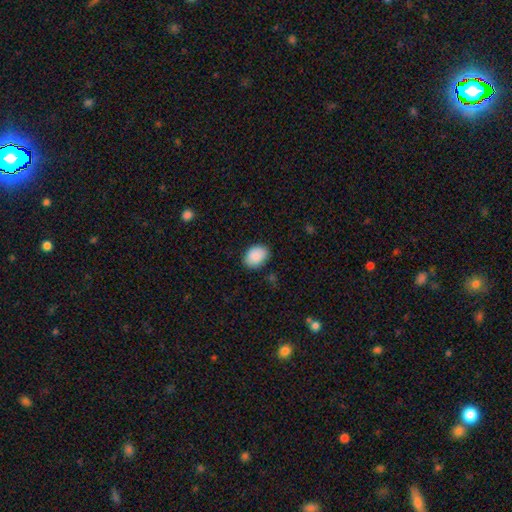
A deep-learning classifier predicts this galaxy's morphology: type=smooth (89%); roundness=in between (70%); merging=none (83%).